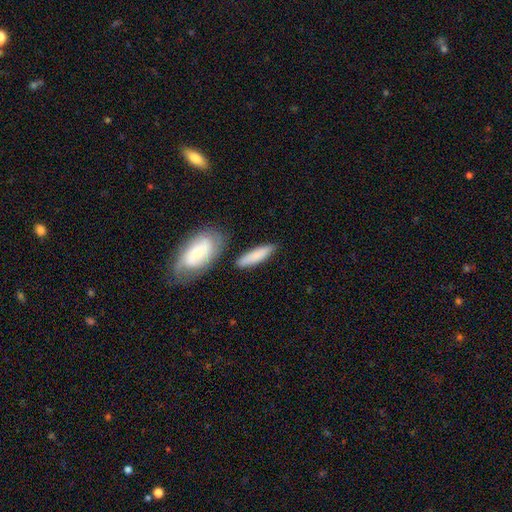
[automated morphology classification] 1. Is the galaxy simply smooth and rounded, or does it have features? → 81% smooth, 14% featured or disk, 5% star or artifact.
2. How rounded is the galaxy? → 63% cigar-shaped, 35% in between, 2% round.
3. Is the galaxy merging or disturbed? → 73% none, 14% minor disturbance, 9% merger, 4% major disturbance.